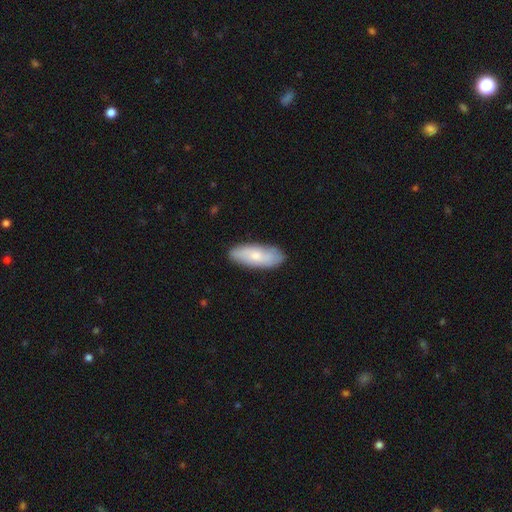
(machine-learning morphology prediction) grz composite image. It shows a smooth galaxy with no disk features (69%) that is in between round and cigar-shaped (80%). Merging: none (83%).